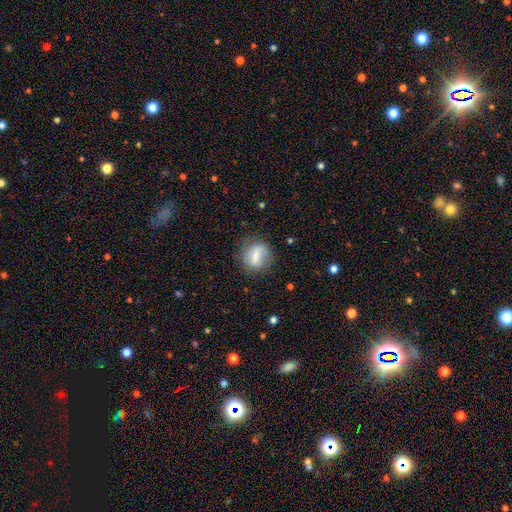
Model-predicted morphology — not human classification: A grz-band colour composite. It shows a smooth galaxy with no disk features (57%) that is round (62%). Merging: none (74%).